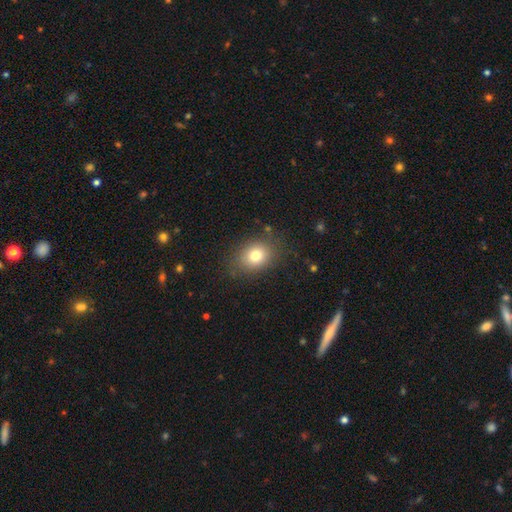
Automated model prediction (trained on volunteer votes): Smooth or featured?
  - smooth: 78% *
  - star or artifact: 11%
  - featured or disk: 10%
How rounded?
  - in between: 56% *
  - round: 43%
  - cigar-shaped: 1%
Merging?
  - none: 81% *
  - minor disturbance: 13%
  - major disturbance: 5%
  - merger: 2%